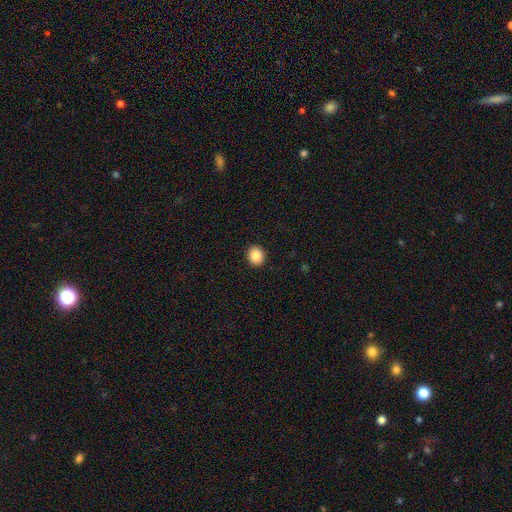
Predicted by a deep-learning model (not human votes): Smooth or featured: smooth — 88% (star or artifact — 9%)
How rounded: round — 82% (in between — 17%)
Merging: none — 92% (minor disturbance — 5%)